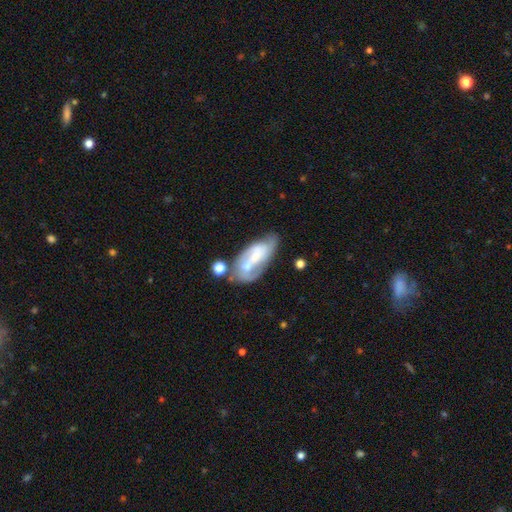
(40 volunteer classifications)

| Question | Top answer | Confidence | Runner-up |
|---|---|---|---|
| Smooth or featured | featured or disk | 65% | smooth (35%) |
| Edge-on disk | no | 88% | yes (12%) |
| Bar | no | 48% | strong (26%) |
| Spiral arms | yes | 83% | no (17%) |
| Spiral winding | medium | 47% | tight (26%) |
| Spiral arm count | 2 | 63% | can't tell (32%) |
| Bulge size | small | 52% | moderate (26%) |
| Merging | none | 40% | minor disturbance (30%) |